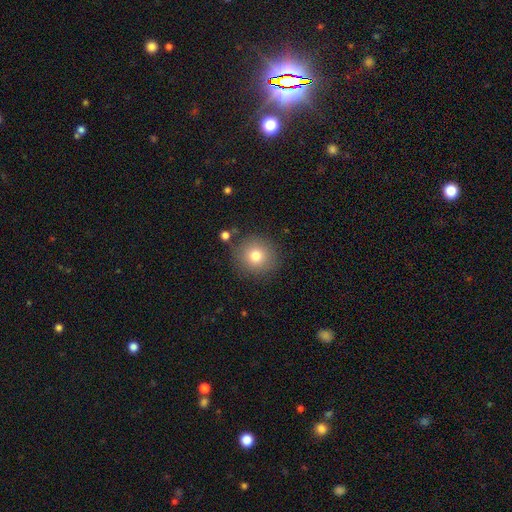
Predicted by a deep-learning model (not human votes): Smooth or featured: smooth — 76% (star or artifact — 13%)
How rounded: round — 93% (in between — 6%)
Merging: none — 84% (minor disturbance — 9%)